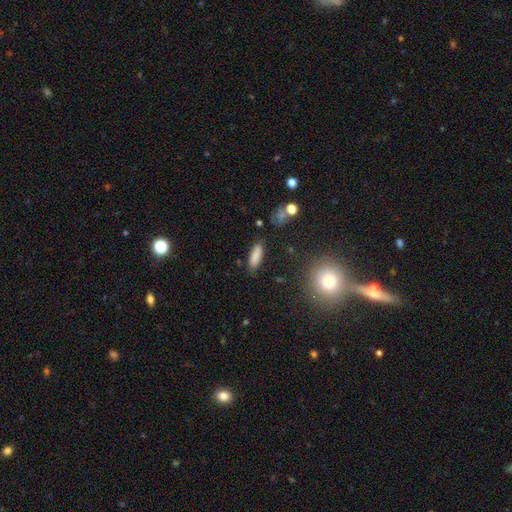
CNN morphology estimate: Q: Smooth or featured?
A: smooth (82%); runner-up: star or artifact (9%)
Q: How rounded?
A: in between (60%); runner-up: cigar-shaped (38%)
Q: Merging?
A: none (83%); runner-up: minor disturbance (11%)